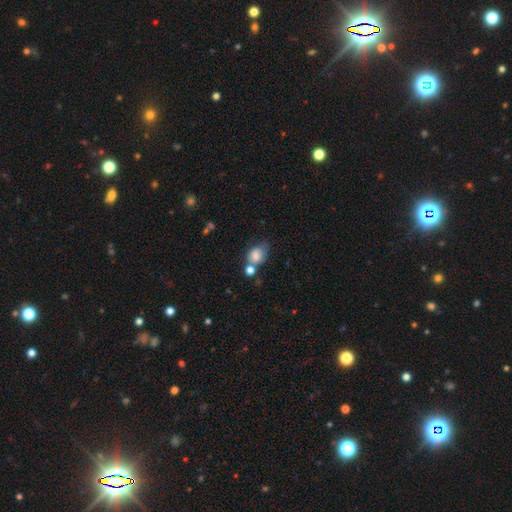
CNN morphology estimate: The model was most divided on "merging": none: 42%, minor disturbance: 24%, merger: 23%, major disturbance: 10%. More confident: smooth or featured — smooth (79%); how rounded — in between (70%).